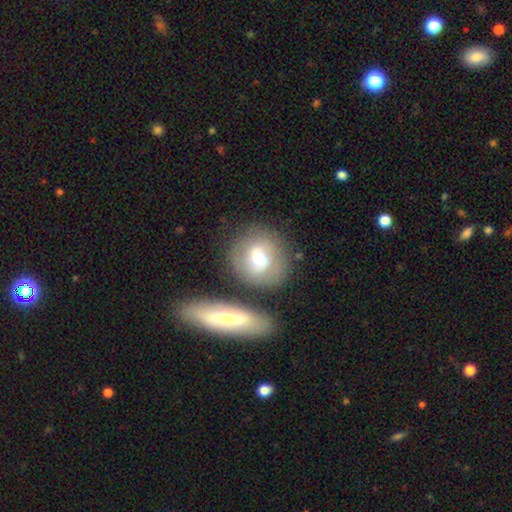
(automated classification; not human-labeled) Smooth or featured?
  - smooth: 49% *
  - featured or disk: 43%
  - star or artifact: 8%
Merging?
  - none: 61% *
  - merger: 18%
  - minor disturbance: 15%
  - major disturbance: 6%